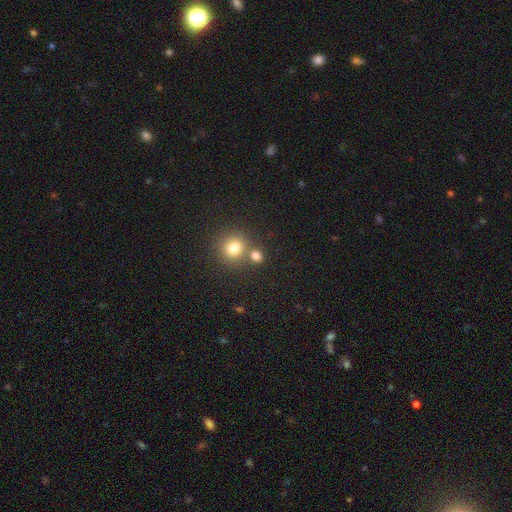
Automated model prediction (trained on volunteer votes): smooth 77%, star or artifact 15%, featured or disk 7%. Down the decision tree: how rounded — round (81%); merging — none (61%).